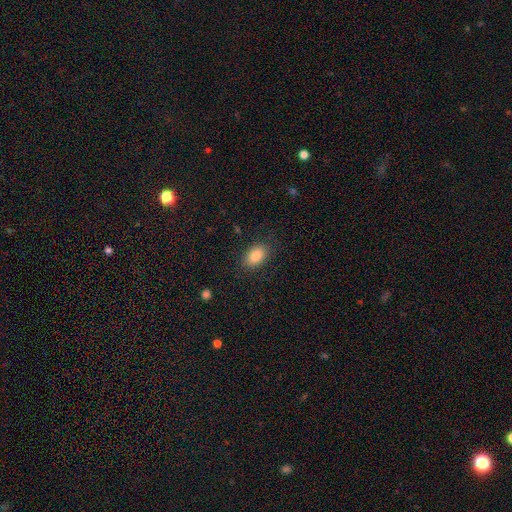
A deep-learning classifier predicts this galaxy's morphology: A smooth galaxy with no disk features (85%) that is in between round and cigar-shaped (88%). Merging: none (85%).